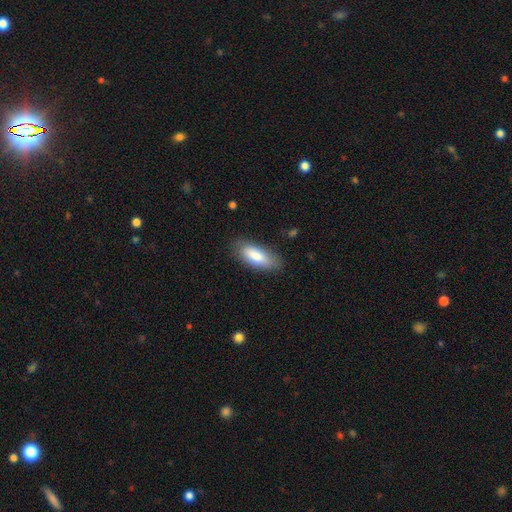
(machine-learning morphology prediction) Q: Smooth or featured?
A: smooth (82%); runner-up: featured or disk (12%)
Q: How rounded?
A: in between (76%); runner-up: cigar-shaped (22%)
Q: Merging?
A: none (81%); runner-up: minor disturbance (14%)